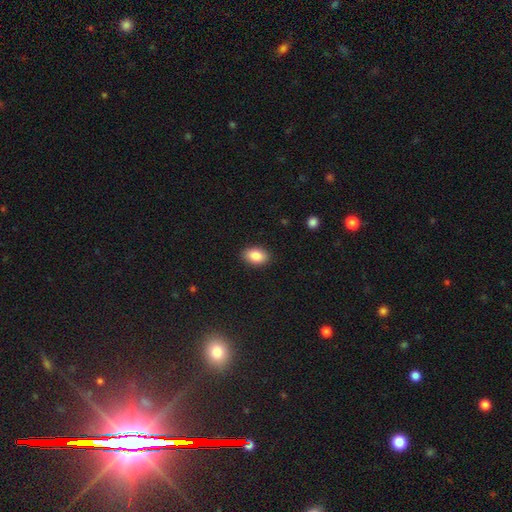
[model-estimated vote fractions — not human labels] This is clearly a smooth galaxy (86%). How rounded: clearly in between (90%). Merging: clearly none (89%).